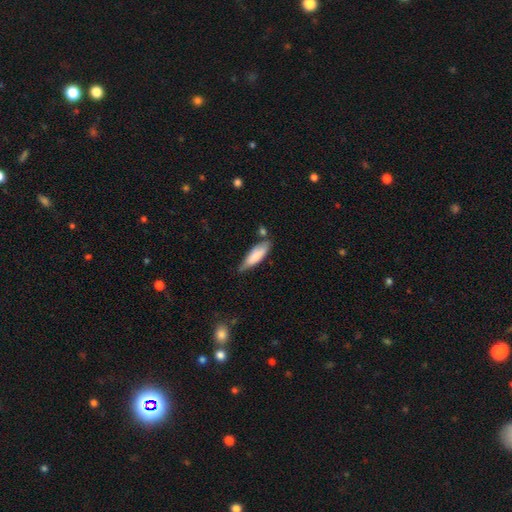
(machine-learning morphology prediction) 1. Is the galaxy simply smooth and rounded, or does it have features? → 76% smooth, 18% featured or disk, 6% star or artifact.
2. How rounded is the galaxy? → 50% cigar-shaped, 48% in between, 2% round.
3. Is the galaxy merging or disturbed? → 62% none, 25% minor disturbance, 8% merger, 5% major disturbance.